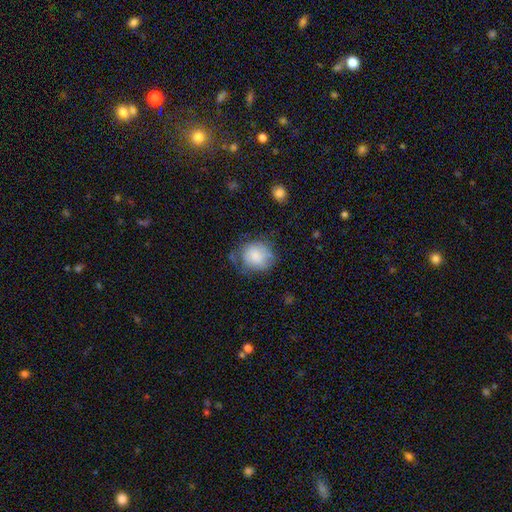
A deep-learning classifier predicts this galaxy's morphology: smooth-or-featured: smooth: 74% | featured or disk: 19% | star or artifact: 8%
  how-rounded: round: 77% | in between: 22% | cigar-shaped: 1%
  merging: none: 55% | minor disturbance: 29% | major disturbance: 13% | merger: 4%